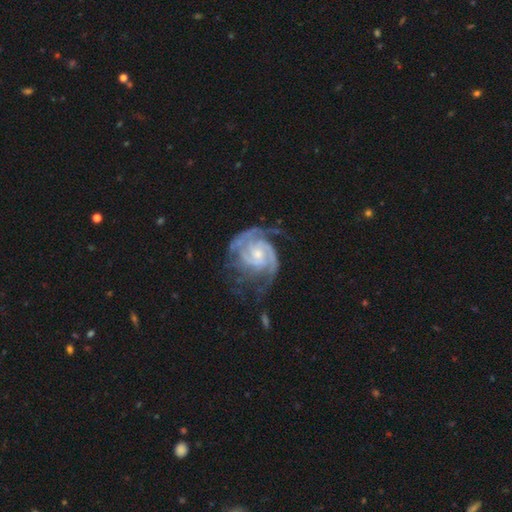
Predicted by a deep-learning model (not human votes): smooth_or_featured: featured or disk (p=0.87) [alt: star or artifact p=0.07]
disk_edge_on: no (p=0.98) [alt: yes p=0.02]
bar: no (p=0.57) [alt: weak p=0.33]
has_spiral_arms: yes (p=0.97) [alt: no p=0.03]
spiral_winding: tight (p=0.60) [alt: medium p=0.33]
spiral_arm_count: 2 (p=0.48) [alt: 3 p=0.21]
bulge_size: small (p=0.56) [alt: moderate p=0.36]
merging: none (p=0.57) [alt: minor disturbance p=0.22]